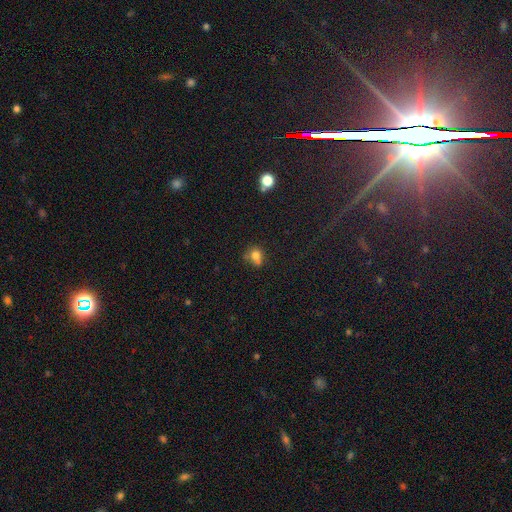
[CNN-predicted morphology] A smooth galaxy with no disk features (75%) that is round (70%). Merging: none (44%).